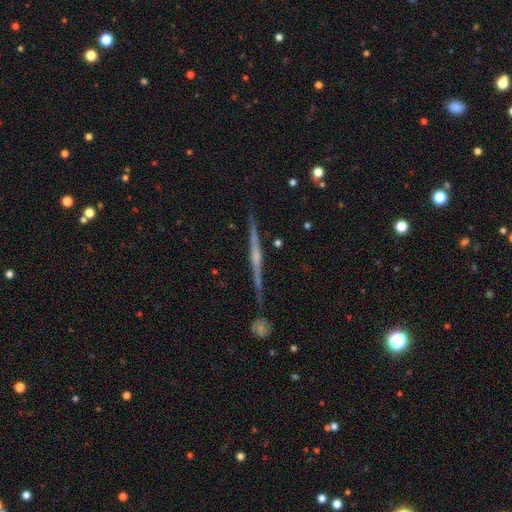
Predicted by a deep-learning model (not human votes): smooth_or_featured: featured or disk (p=0.82) [alt: smooth p=0.12]
disk_edge_on: yes (p=0.98) [alt: no p=0.02]
edge_on_bulge: rounded (p=0.61) [alt: none p=0.27]
merging: none (p=0.89) [alt: minor disturbance p=0.07]